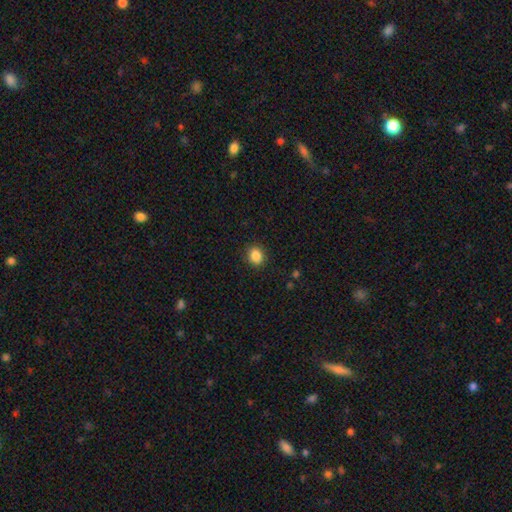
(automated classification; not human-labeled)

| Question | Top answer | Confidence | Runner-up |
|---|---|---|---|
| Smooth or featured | smooth | 87% | star or artifact (10%) |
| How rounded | round | 61% | in between (38%) |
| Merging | none | 89% | minor disturbance (7%) |